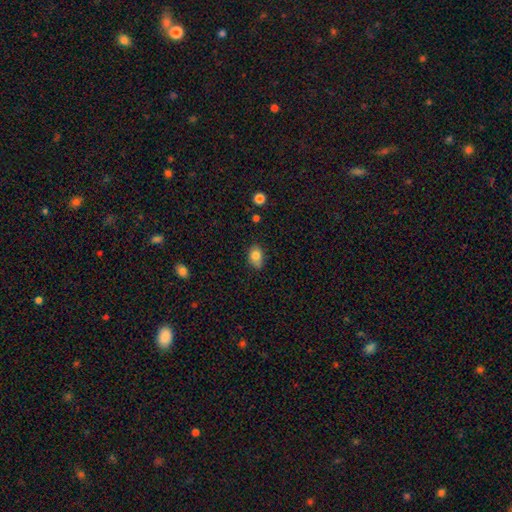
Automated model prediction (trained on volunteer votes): Morphology: type=smooth (83%); roundness=in between (71%); merging=none (70%).